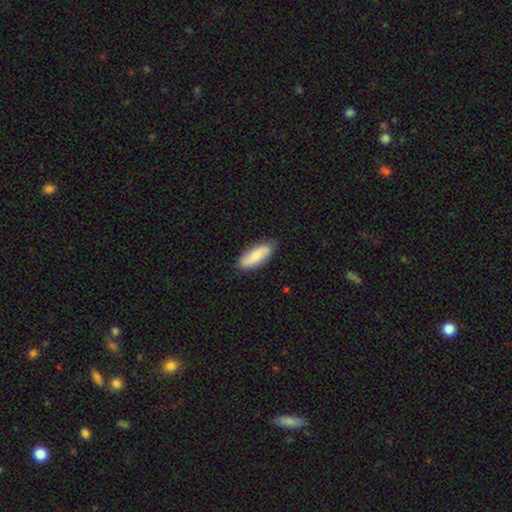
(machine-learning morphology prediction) Overall: smooth (69%). How rounded: in between (72%). Merging: none (81%).